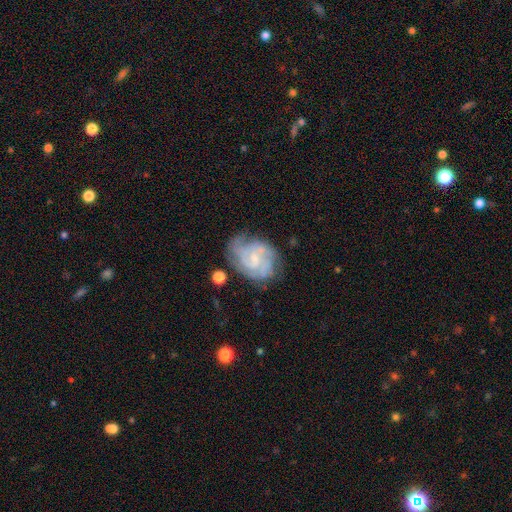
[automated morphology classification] Smooth or featured? Predicted: featured or disk (p=0.72). Edge-on disk? Predicted: no (p=0.97). Bar? Predicted: no (p=0.53). Spiral arms? Predicted: yes (p=0.92). Spiral winding? Predicted: tight (p=0.55). Spiral arm count? Predicted: can't tell (p=0.31). Bulge size? Predicted: small (p=0.62). Merging? Predicted: none (p=0.71).